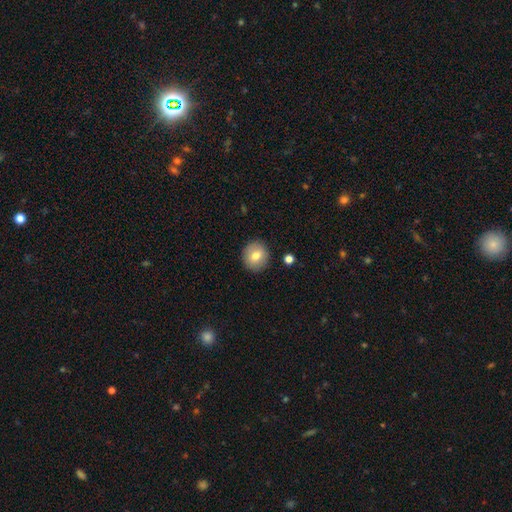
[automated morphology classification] smooth-or-featured: smooth: 77% | featured or disk: 15% | star or artifact: 8%
  how-rounded: round: 83% | in between: 16% | cigar-shaped: 1%
  merging: none: 89% | minor disturbance: 8% | major disturbance: 2% | merger: 2%